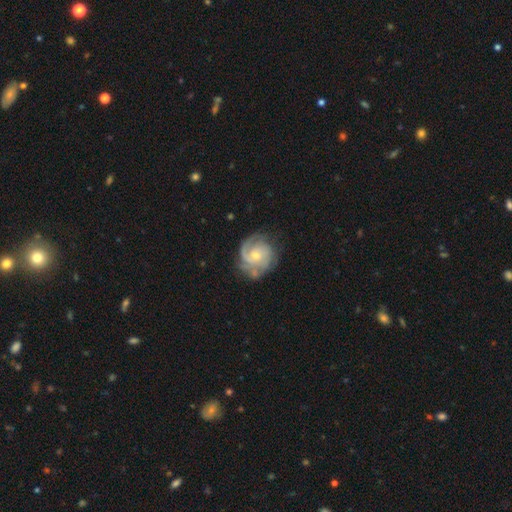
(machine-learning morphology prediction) featured or disk 84%, smooth 11%, star or artifact 5%. Down the decision tree: edge-on disk — no (98%); bar — no (67%); spiral arms — yes (96%); spiral arm count — 2 (34%); spiral winding — tight (57%); bulge size — small (60%); merging — none (69%).